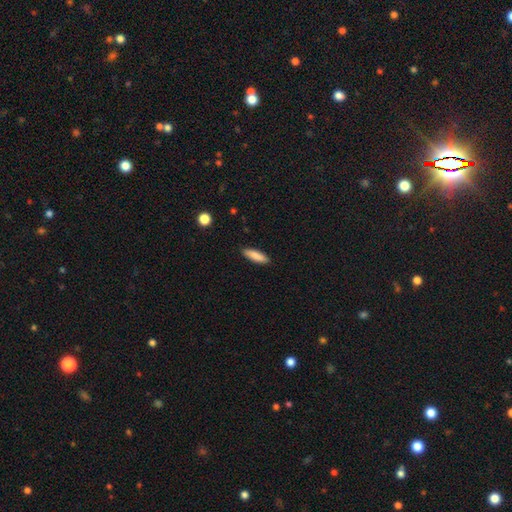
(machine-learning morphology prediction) A smooth galaxy with no disk features (86%) that is cigar-shaped (58%).

Vote fractions:
- Smooth or featured? smooth: 86% / featured or disk: 7% / star or artifact: 6%
- How rounded? cigar-shaped: 58% / in between: 41% / round: 2%
- Merging? none: 89% / minor disturbance: 8% / major disturbance: 2% / merger: 1%